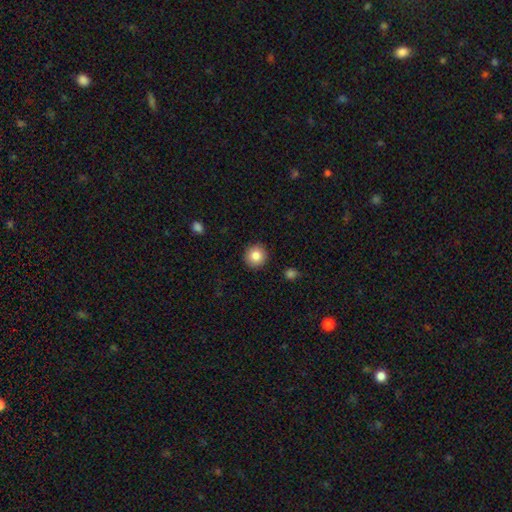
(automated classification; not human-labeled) Smooth or featured? smooth (84%)
How rounded? round (94%)
Merging? none (91%)